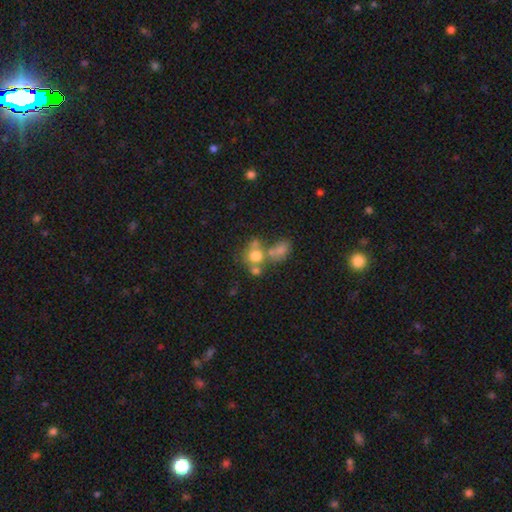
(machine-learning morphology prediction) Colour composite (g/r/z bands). It shows a smooth galaxy with no disk features (67%) that is round (72%). Merging: merger (45%).